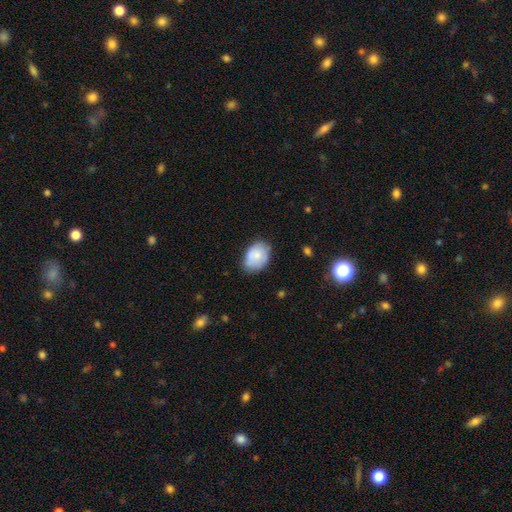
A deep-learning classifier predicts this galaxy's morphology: smooth-or-featured: smooth: 75% | featured or disk: 17% | star or artifact: 7%
  how-rounded: in between: 80% | round: 19% | cigar-shaped: 1%
  merging: none: 65% | minor disturbance: 27% | major disturbance: 6% | merger: 3%